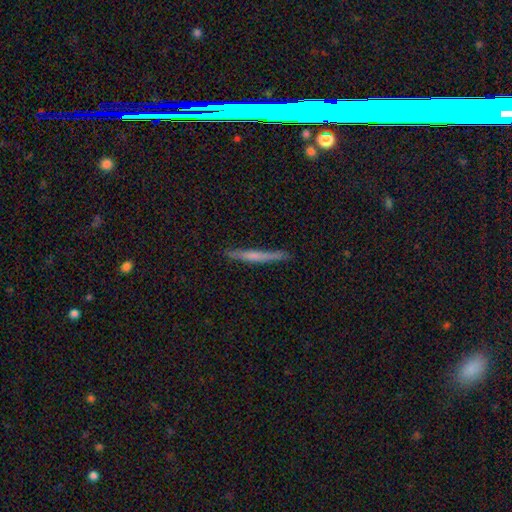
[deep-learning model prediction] Smooth or featured? smooth (49%)
Merging? none (87%)